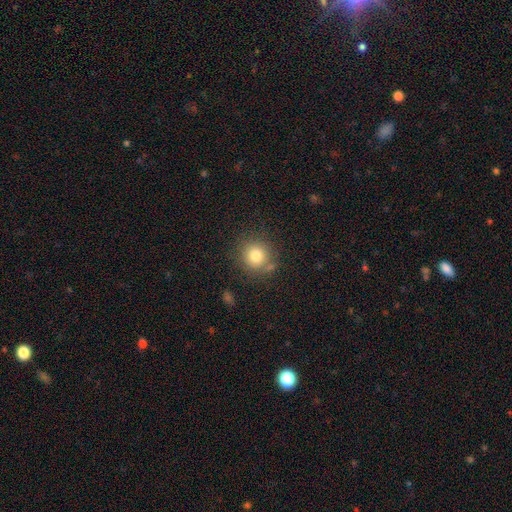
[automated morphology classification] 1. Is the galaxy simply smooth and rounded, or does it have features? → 79% smooth, 12% star or artifact, 9% featured or disk.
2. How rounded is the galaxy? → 90% round, 9% in between, 1% cigar-shaped.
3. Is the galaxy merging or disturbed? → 79% none, 11% minor disturbance, 6% merger, 4% major disturbance.